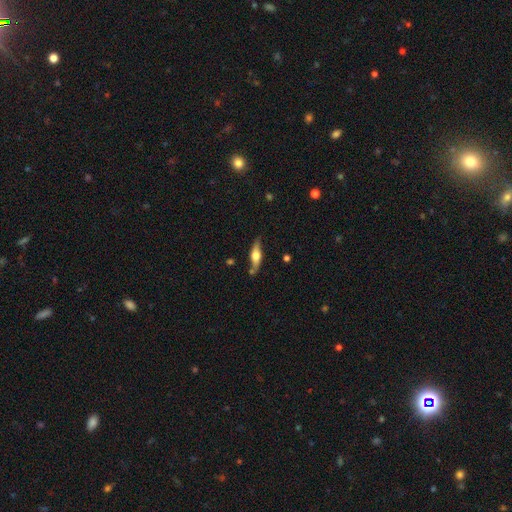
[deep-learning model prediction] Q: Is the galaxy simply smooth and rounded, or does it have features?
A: featured or disk — 57%.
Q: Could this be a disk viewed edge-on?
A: yes — 80%.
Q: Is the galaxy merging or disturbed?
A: none — 74%.